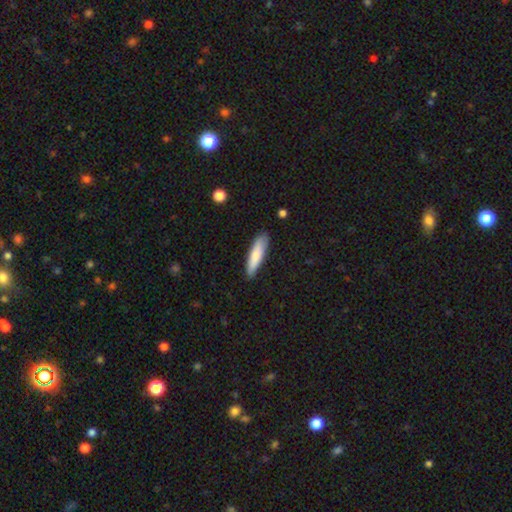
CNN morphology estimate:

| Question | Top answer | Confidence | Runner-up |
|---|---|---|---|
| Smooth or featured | smooth | 78% | featured or disk (16%) |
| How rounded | cigar-shaped | 77% | in between (22%) |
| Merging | none | 86% | minor disturbance (11%) |